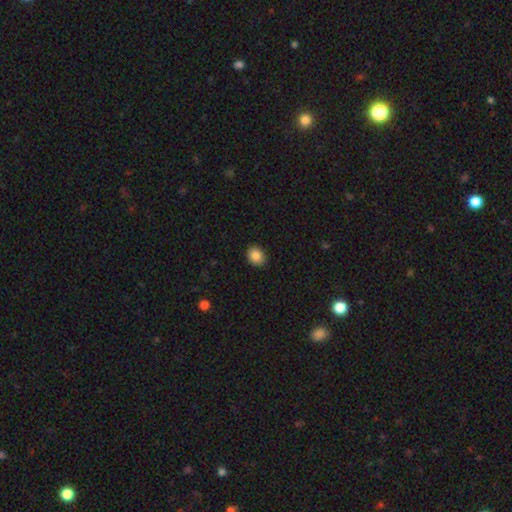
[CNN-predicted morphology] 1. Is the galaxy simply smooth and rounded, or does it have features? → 86% smooth, 9% star or artifact, 5% featured or disk.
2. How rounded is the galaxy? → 52% round, 48% in between, 1% cigar-shaped.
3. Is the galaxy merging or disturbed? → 90% none, 8% minor disturbance, 2% major disturbance, 1% merger.